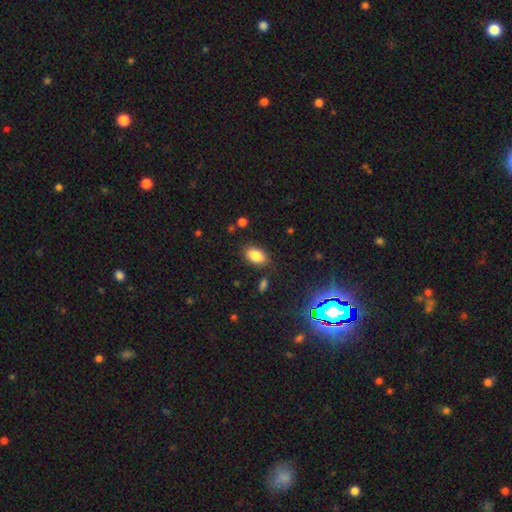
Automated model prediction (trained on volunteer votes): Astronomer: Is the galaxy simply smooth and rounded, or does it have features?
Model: smooth — 84%.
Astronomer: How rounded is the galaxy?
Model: in between — 91%.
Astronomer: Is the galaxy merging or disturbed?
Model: none — 82%.